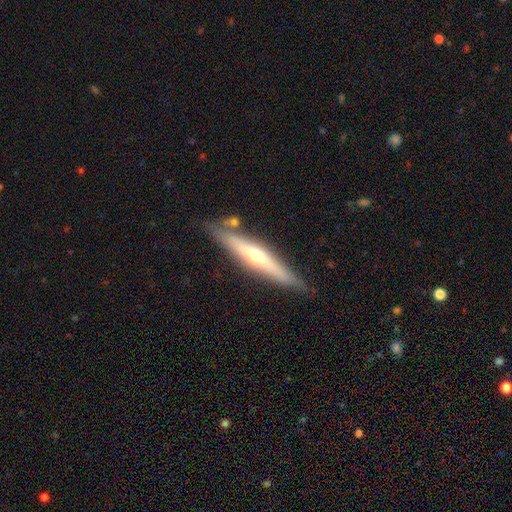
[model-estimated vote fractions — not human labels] Morphology: type=featured or disk (64%); edge-on=yes (92%); edge-on bulge=rounded (81%); merging=none (80%).